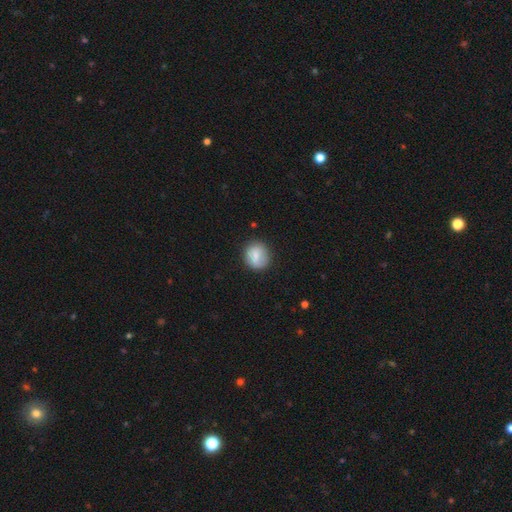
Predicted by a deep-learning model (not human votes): Smooth or featured?
  - smooth: 76% *
  - featured or disk: 17%
  - star or artifact: 7%
How rounded?
  - round: 77% *
  - in between: 21%
  - cigar-shaped: 1%
Merging?
  - none: 76% *
  - minor disturbance: 17%
  - major disturbance: 5%
  - merger: 2%